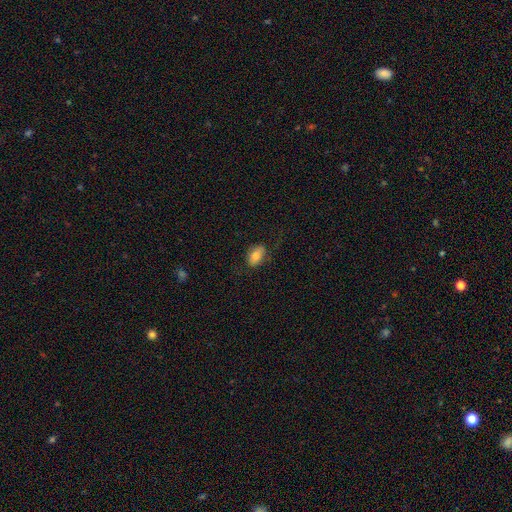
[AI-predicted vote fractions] Q: Smooth or featured?
A: smooth (78%); runner-up: featured or disk (14%)
Q: How rounded?
A: in between (89%); runner-up: round (9%)
Q: Merging?
A: none (73%); runner-up: minor disturbance (18%)